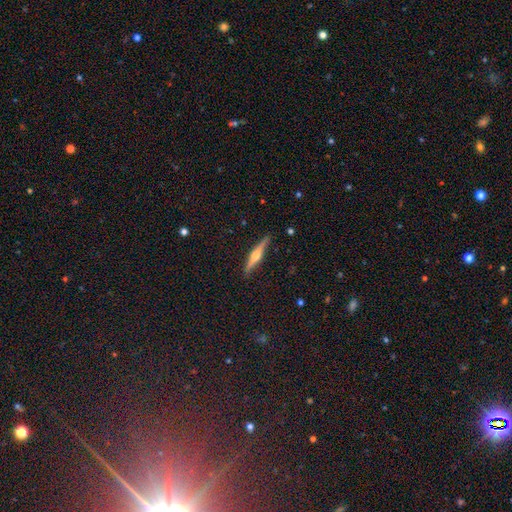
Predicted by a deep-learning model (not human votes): A featured or disk galaxy (71%) viewed edge-on (98%) with a rounded central bulge (91%).

Vote fractions:
- Smooth or featured? featured or disk: 71% / smooth: 23% / star or artifact: 6%
- Edge-on disk? yes: 98% / no: 2%
- Edge-on bulge? rounded: 91% / boxy: 5% / none: 4%
- Merging? none: 90% / minor disturbance: 8% / major disturbance: 2% / merger: 1%